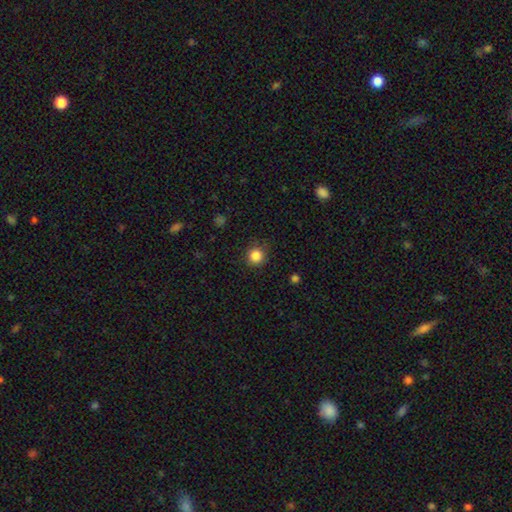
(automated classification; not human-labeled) smooth-or-featured: smooth: 85% | star or artifact: 11% | featured or disk: 4%
  how-rounded: round: 94% | in between: 5% | cigar-shaped: 1%
  merging: none: 88% | minor disturbance: 8% | major disturbance: 3% | merger: 1%